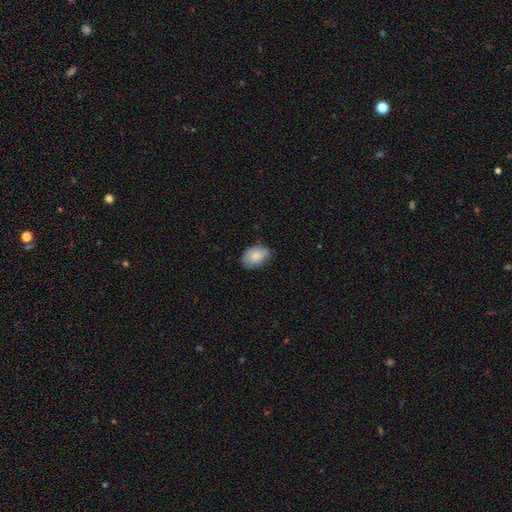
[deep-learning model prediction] Q: Smooth or featured?
A: smooth (77%); runner-up: featured or disk (16%)
Q: How rounded?
A: in between (82%); runner-up: round (17%)
Q: Merging?
A: none (66%); runner-up: minor disturbance (27%)